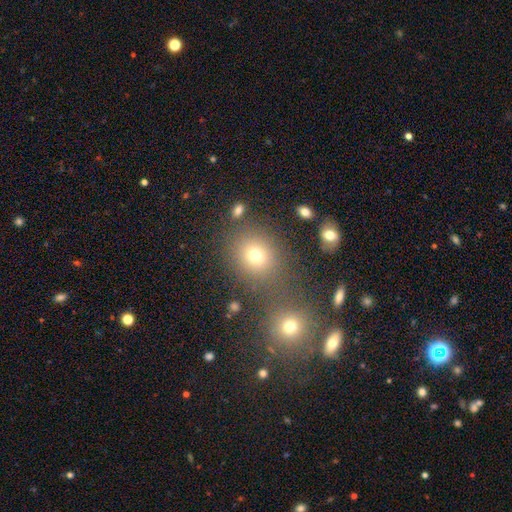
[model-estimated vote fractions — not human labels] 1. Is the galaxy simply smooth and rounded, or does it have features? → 70% smooth, 20% star or artifact, 10% featured or disk.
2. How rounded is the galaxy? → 71% round, 28% in between, 1% cigar-shaped.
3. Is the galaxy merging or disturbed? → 69% none, 17% merger, 10% minor disturbance, 4% major disturbance.